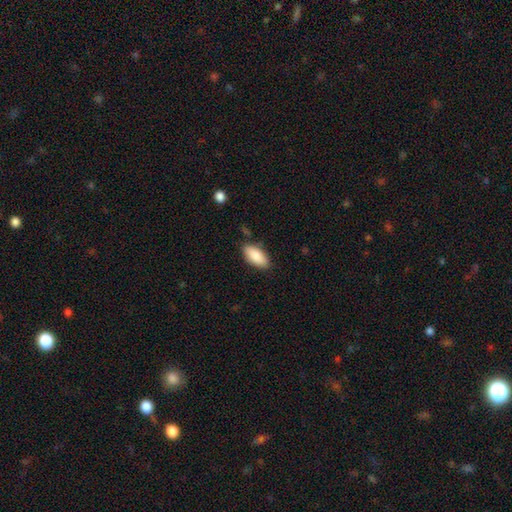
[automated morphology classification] This is clearly a smooth galaxy (86%). How rounded: clearly in between (90%). Merging: clearly none (83%).